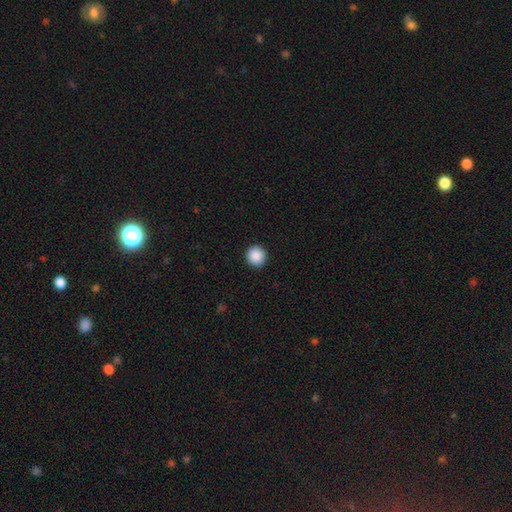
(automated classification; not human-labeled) Smooth or featured?
  - smooth: 89% *
  - star or artifact: 8%
  - featured or disk: 2%
How rounded?
  - round: 94% *
  - in between: 5%
  - cigar-shaped: 1%
Merging?
  - none: 93% *
  - minor disturbance: 4%
  - major disturbance: 2%
  - merger: 1%